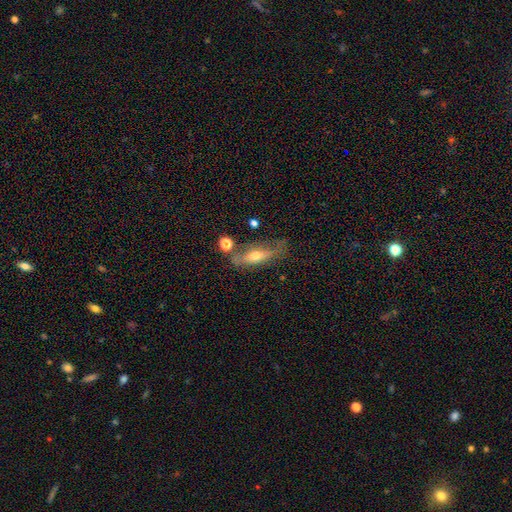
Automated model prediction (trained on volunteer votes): Q: Smooth or featured?
A: featured or disk (47%); runner-up: smooth (45%)
Q: Merging?
A: none (58%); runner-up: minor disturbance (22%)